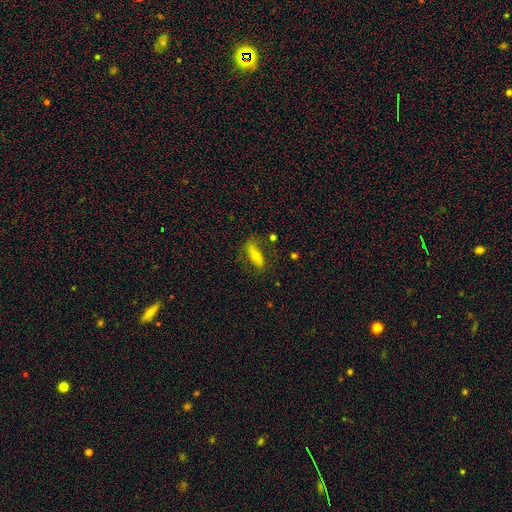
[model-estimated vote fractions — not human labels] Smooth or featured?
  - smooth: 61% *
  - featured or disk: 31%
  - star or artifact: 8%
How rounded?
  - in between: 68% *
  - cigar-shaped: 28%
  - round: 4%
Merging?
  - none: 69% *
  - minor disturbance: 20%
  - major disturbance: 8%
  - merger: 3%